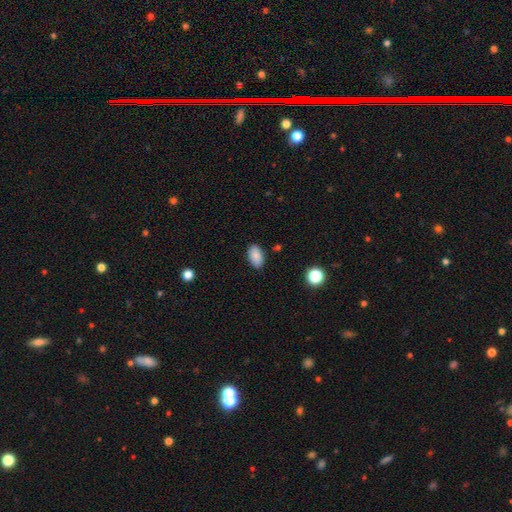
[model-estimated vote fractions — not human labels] Overall: smooth (87%). How rounded: in between (93%). Merging: none (86%).